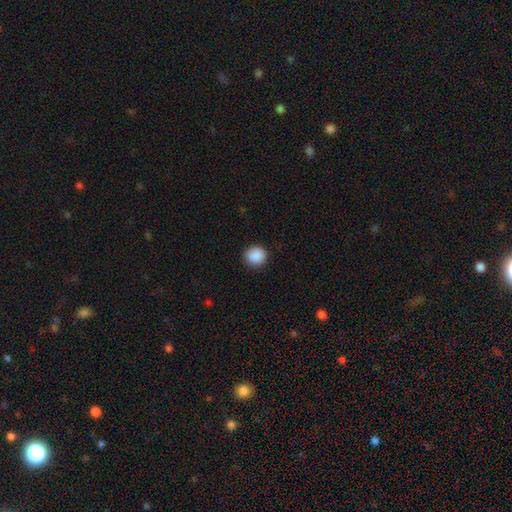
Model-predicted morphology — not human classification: Smooth or featured?
  - smooth: 90% *
  - star or artifact: 8%
  - featured or disk: 2%
How rounded?
  - round: 90% *
  - in between: 9%
  - cigar-shaped: 1%
Merging?
  - none: 89% *
  - minor disturbance: 8%
  - major disturbance: 2%
  - merger: 1%